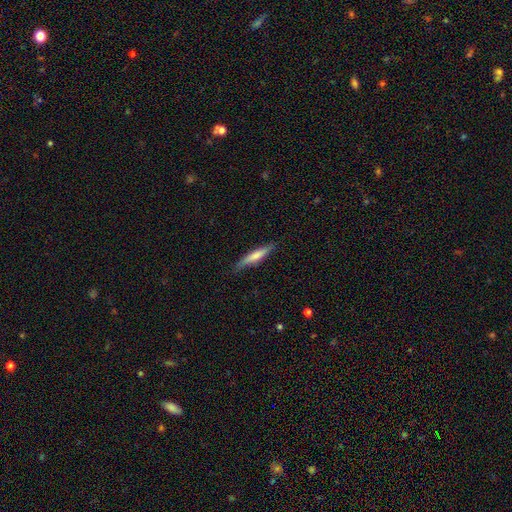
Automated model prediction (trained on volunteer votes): A smooth galaxy with no disk features (63%) that is cigar-shaped (89%). Merging: none (83%).